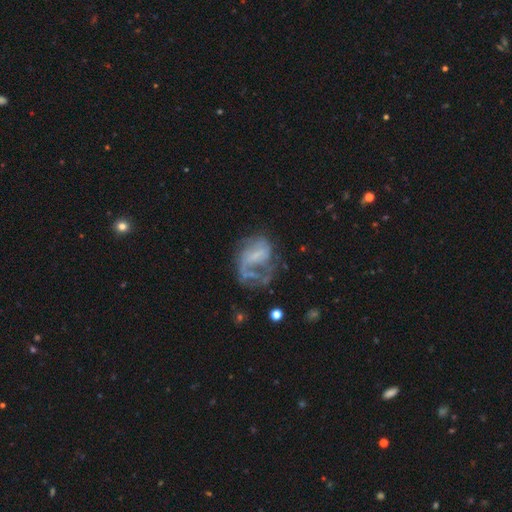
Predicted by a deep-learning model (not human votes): Overall: featured or disk (69%). Edge-on disk: no (97%). Bar: weak (42%; no 40%). Spiral arms: yes (68%; no 32%). Bulge size: none (45%; small 34%). Merging: major disturbance (41%; none 34%).